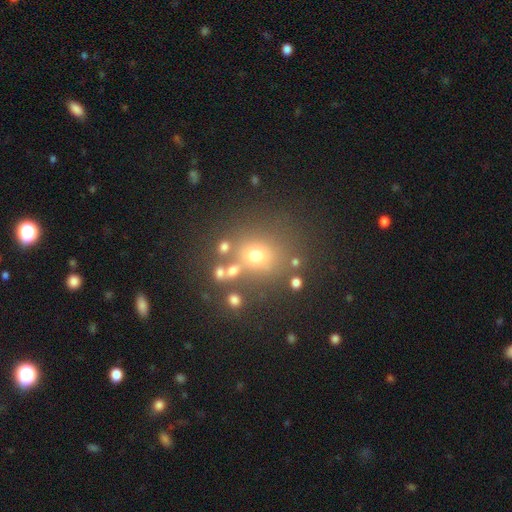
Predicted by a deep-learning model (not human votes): Overall: smooth (58%; star or artifact 26%). How rounded: round (76%). Merging: none (66%).